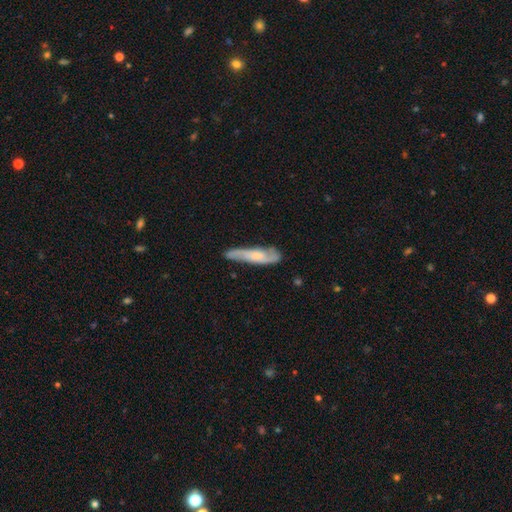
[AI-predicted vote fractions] Smooth or featured? featured or disk (57%)
Edge-on disk? no (62%)
Merging? none (69%)